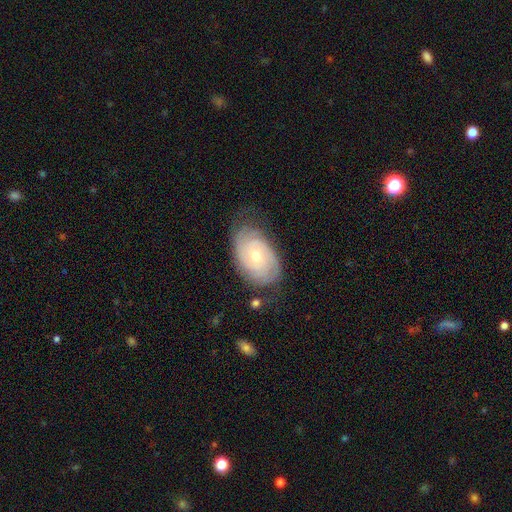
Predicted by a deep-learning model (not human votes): This appears to be a featured or disk galaxy (77%) with no bar (75%), tight (74%) spiral arms (92%) and a small central bulge (54%). Merging: none (68%).